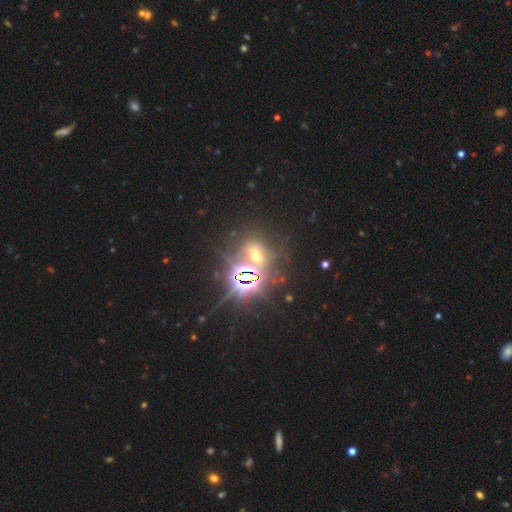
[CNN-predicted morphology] This is likely a star or artifact rather than a galaxy (65%).